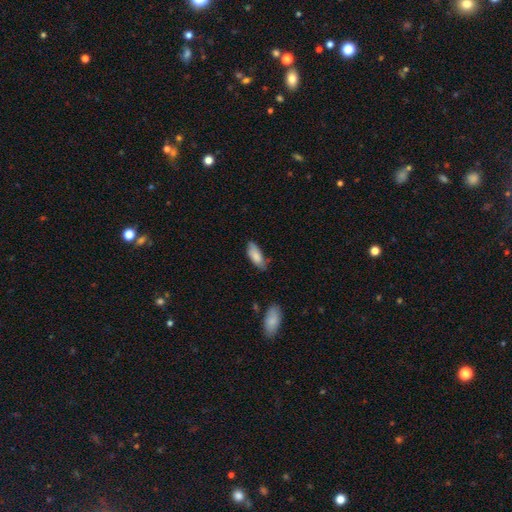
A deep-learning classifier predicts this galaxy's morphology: A smooth galaxy with no disk features (83%) that is in between round and cigar-shaped (76%). Merging: none (62%).